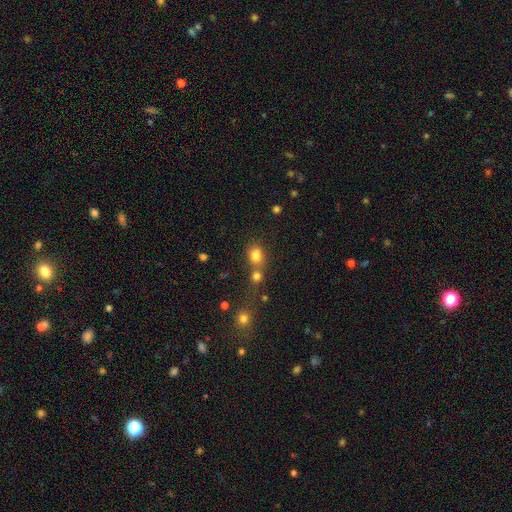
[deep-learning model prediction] A smooth galaxy with no disk features (80%) that is round (57%). Merging: none (51%).